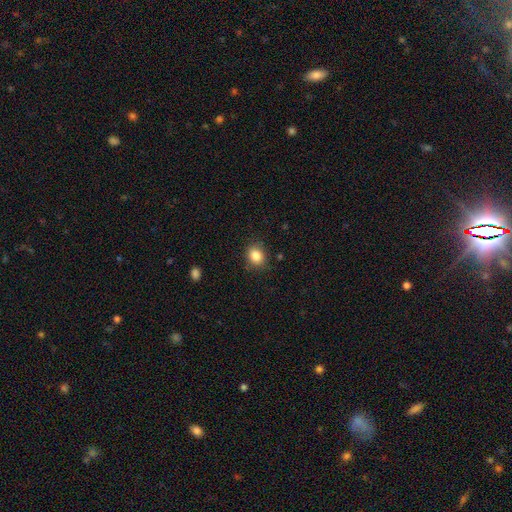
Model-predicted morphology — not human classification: Smooth or featured?
  - smooth: 85% *
  - star or artifact: 10%
  - featured or disk: 5%
How rounded?
  - round: 62% *
  - in between: 38%
  - cigar-shaped: 1%
Merging?
  - none: 84% *
  - minor disturbance: 12%
  - major disturbance: 3%
  - merger: 1%